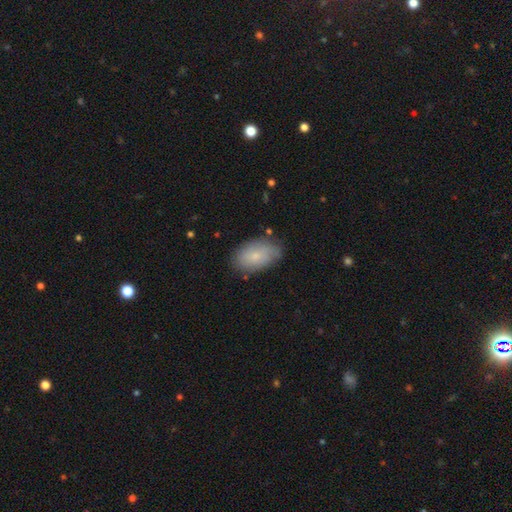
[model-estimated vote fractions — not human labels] Overall: smooth (73%). How rounded: in between (93%). Merging: none (76%).